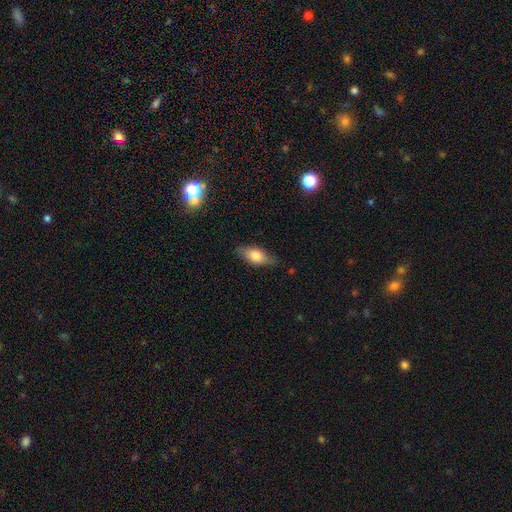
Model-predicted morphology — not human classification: Smooth or featured? Predicted: smooth (p=0.72). How rounded? Predicted: in between (p=0.79). Merging? Predicted: none (p=0.79).